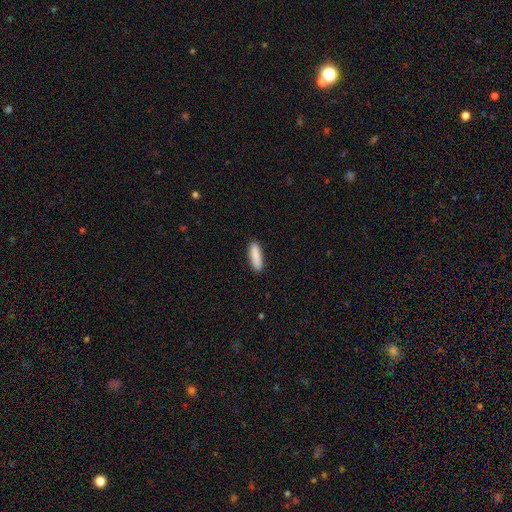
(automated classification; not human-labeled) smooth_or_featured: smooth (p=0.88) [alt: featured or disk p=0.06]
how_rounded: cigar-shaped (p=0.56) [alt: in between p=0.42]
merging: none (p=0.89) [alt: minor disturbance p=0.08]